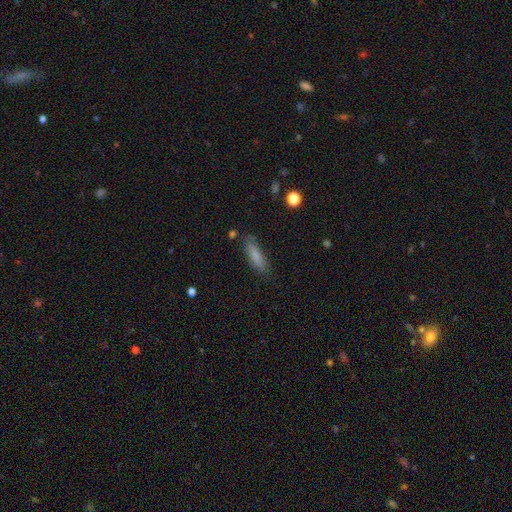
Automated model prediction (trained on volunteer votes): smooth 81%, featured or disk 12%, star or artifact 7%. Down the decision tree: how rounded — cigar-shaped (63%); merging — none (81%).